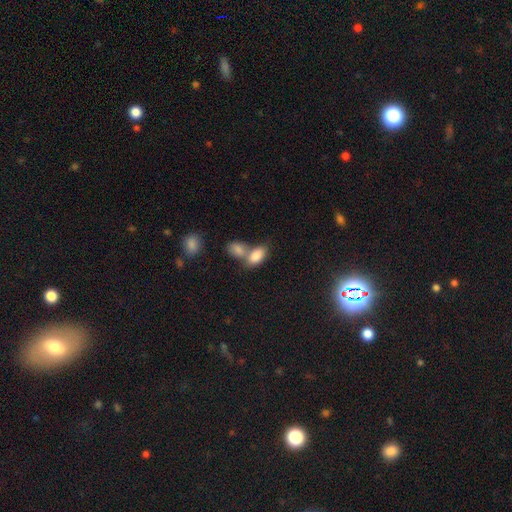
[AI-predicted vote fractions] The model was most divided on "merging": merger: 57%, none: 30%, minor disturbance: 9%, major disturbance: 4%. More confident: how rounded — in between (91%); smooth or featured — smooth (84%).